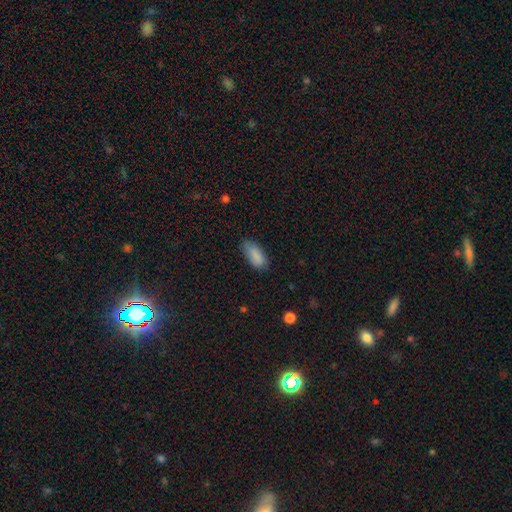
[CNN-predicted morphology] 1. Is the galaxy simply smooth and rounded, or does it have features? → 86% smooth, 7% featured or disk, 7% star or artifact.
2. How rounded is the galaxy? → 88% in between, 9% cigar-shaped, 2% round.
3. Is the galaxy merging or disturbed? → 70% none, 24% minor disturbance, 5% major disturbance, 2% merger.